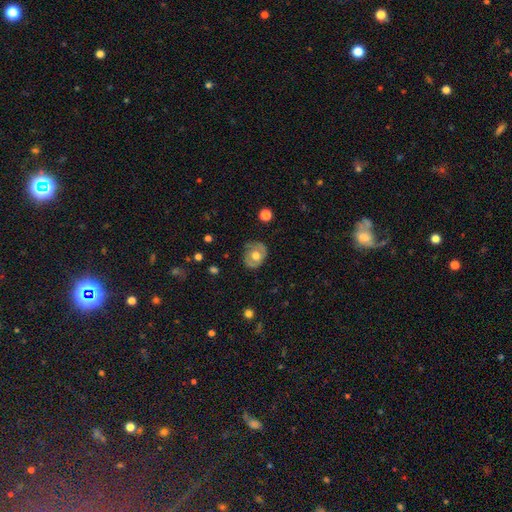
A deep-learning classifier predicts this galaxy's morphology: A smooth galaxy with no disk features (51%) that is round (66%). Merging: none (71%).